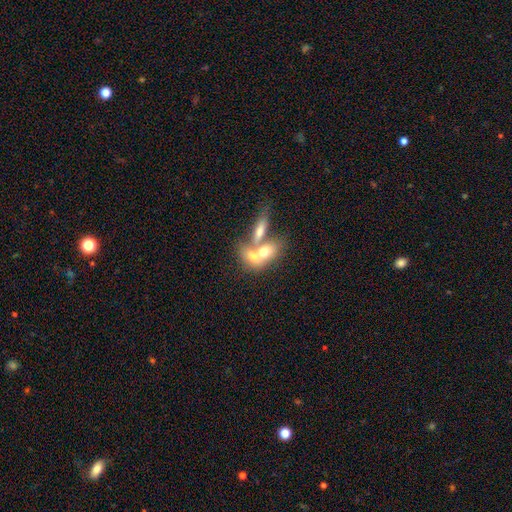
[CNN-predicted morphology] Smooth or featured?
  - featured or disk: 42% *
  - smooth: 39%
  - star or artifact: 19%
Merging?
  - merger: 60% *
  - none: 23%
  - minor disturbance: 8%
  - major disturbance: 8%